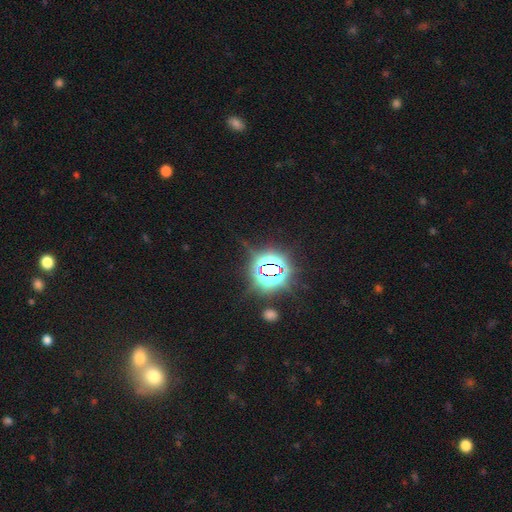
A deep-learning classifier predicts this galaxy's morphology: This appears to be a star or artifact, not a galaxy (79%).